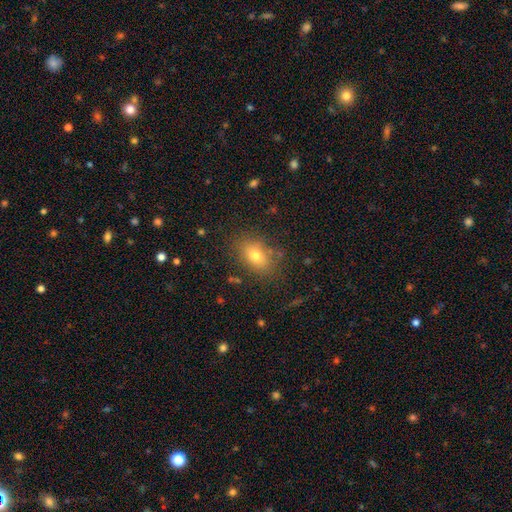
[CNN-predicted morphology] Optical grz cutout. It shows a smooth galaxy with no disk features (75%) that is in between round and cigar-shaped (79%). Merging: none (81%).